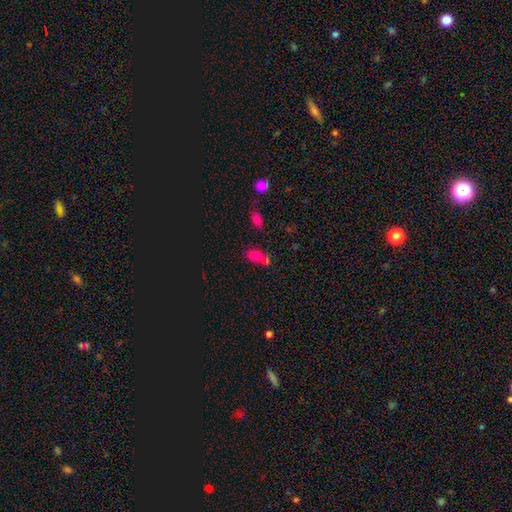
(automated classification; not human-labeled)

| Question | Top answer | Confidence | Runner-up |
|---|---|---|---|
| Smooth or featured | smooth | 73% | star or artifact (17%) |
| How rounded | in between | 76% | round (21%) |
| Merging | merger | 41% | tied: none (41%) |